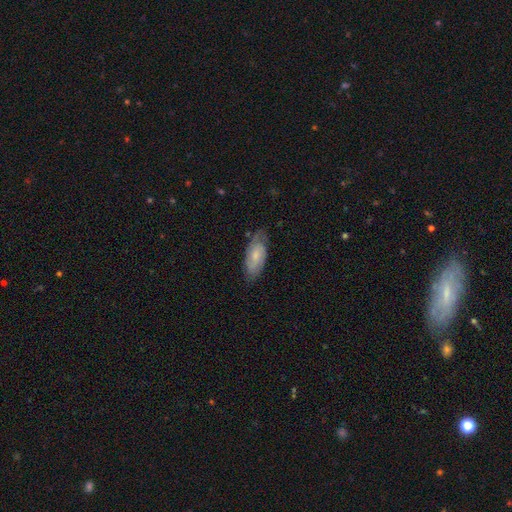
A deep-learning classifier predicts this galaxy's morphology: featured or disk 57%, smooth 36%, star or artifact 7%. Down the decision tree: edge-on disk — no (91%); bar — no (52%); spiral arms — yes (88%); bulge size — small (51%); merging — none (70%).